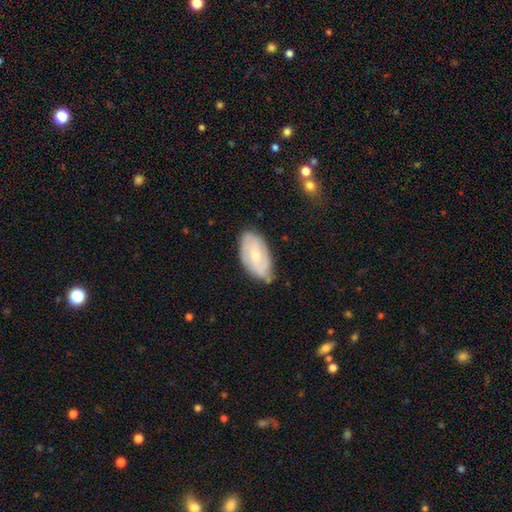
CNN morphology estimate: smooth-or-featured: featured or disk: 53% | smooth: 40% | star or artifact: 6%
  disk-edge-on: no: 93% | yes: 7%
  merging: none: 71% | minor disturbance: 22% | major disturbance: 4% | merger: 2%